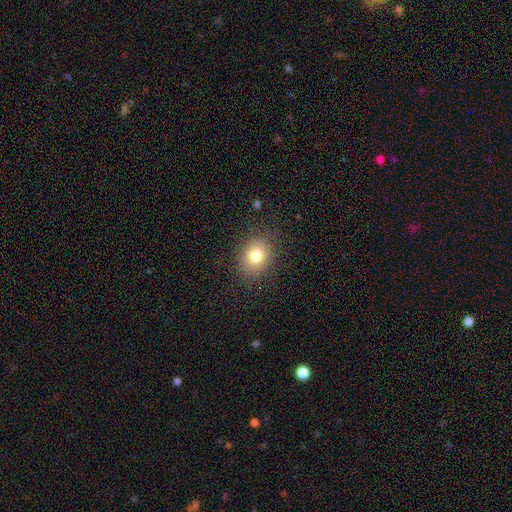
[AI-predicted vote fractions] smooth_or_featured: smooth (p=0.79) [alt: star or artifact p=0.11]
how_rounded: round (p=0.54) [alt: in between p=0.45]
merging: none (p=0.86) [alt: minor disturbance p=0.09]